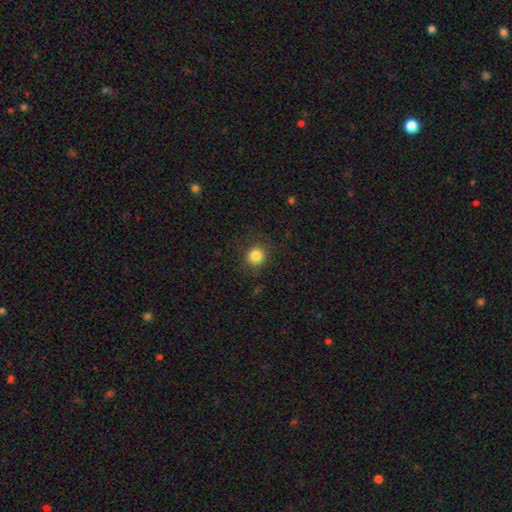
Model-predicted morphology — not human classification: A smooth galaxy with no disk features (84%) that is round (91%).

Vote fractions:
- Smooth or featured? smooth: 84% / star or artifact: 11% / featured or disk: 5%
- How rounded? round: 91% / in between: 8% / cigar-shaped: 1%
- Merging? none: 86% / minor disturbance: 9% / major disturbance: 4% / merger: 1%